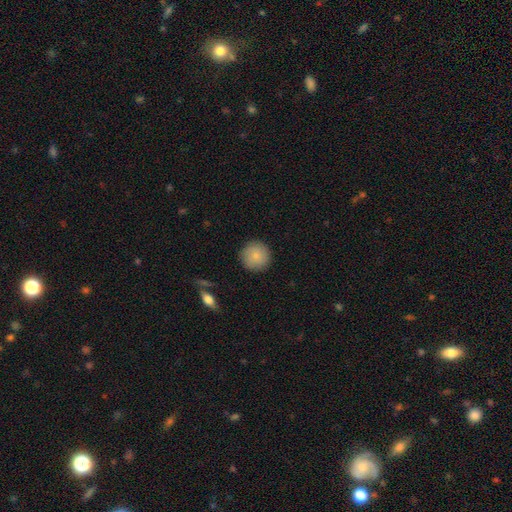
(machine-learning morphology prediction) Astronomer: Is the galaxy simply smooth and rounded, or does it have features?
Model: smooth — 85%.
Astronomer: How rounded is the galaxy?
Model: round — 95%.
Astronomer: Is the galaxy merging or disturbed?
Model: none — 89%.